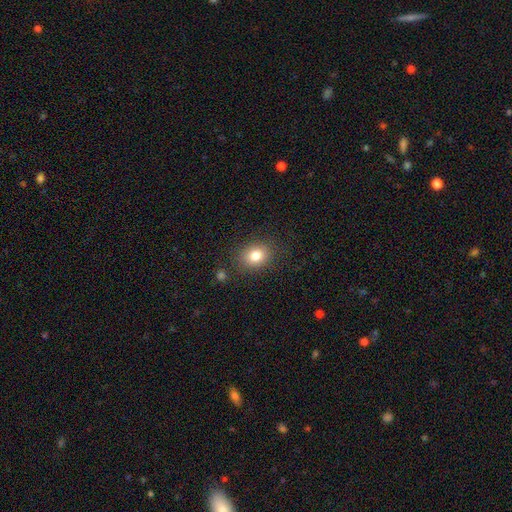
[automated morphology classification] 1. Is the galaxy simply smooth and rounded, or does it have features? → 81% smooth, 11% star or artifact, 8% featured or disk.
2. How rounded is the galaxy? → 51% round, 49% in between, 1% cigar-shaped.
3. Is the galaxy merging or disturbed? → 83% none, 11% minor disturbance, 4% major disturbance, 2% merger.